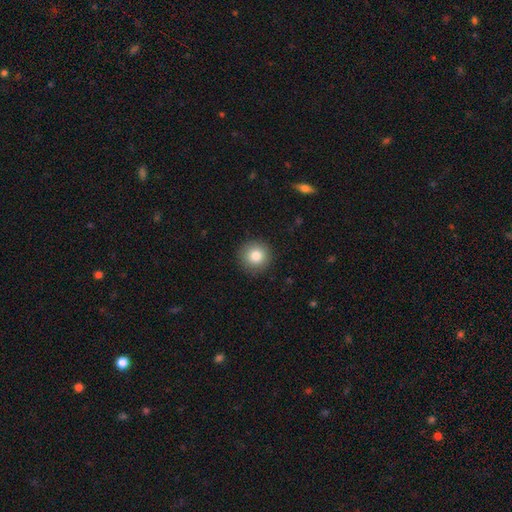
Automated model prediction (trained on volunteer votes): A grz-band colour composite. It shows a smooth galaxy with no disk features (82%) that is round (95%). Merging: none (91%).